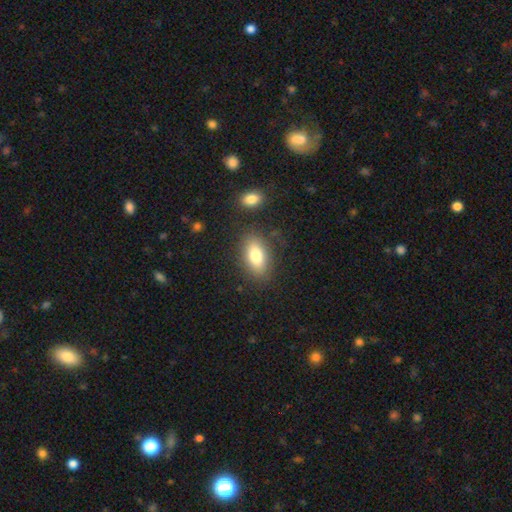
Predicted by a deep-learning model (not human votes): smooth 77%, featured or disk 15%, star or artifact 8%. Down the decision tree: how rounded — in between (87%); merging — none (81%).